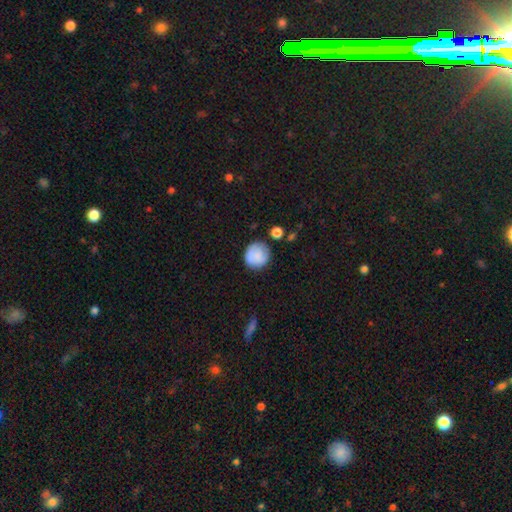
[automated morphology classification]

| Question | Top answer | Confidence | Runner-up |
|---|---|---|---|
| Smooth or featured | smooth | 79% | featured or disk (13%) |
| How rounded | round | 90% | in between (9%) |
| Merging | none | 72% | minor disturbance (17%) |